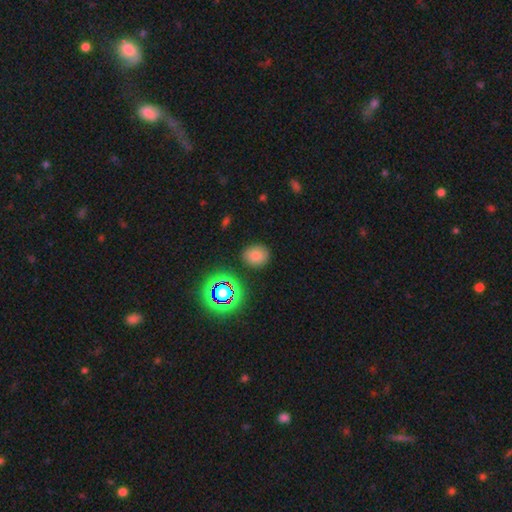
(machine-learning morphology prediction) smooth 71%, star or artifact 19%, featured or disk 10%. Down the decision tree: how rounded — round (66%); merging — none (85%).